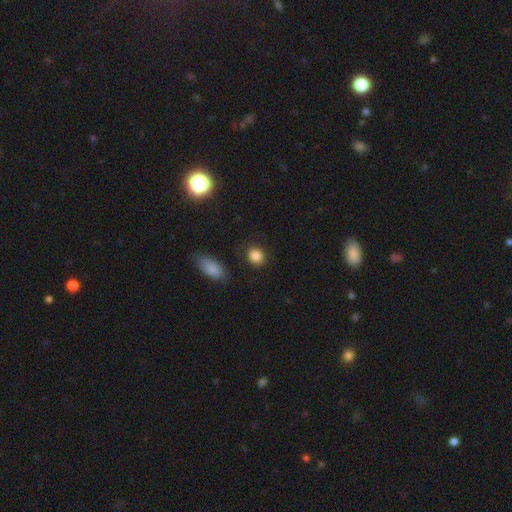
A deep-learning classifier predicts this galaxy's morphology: This is clearly a smooth galaxy (85%). How rounded: likely round (67%). Merging: clearly none (86%).